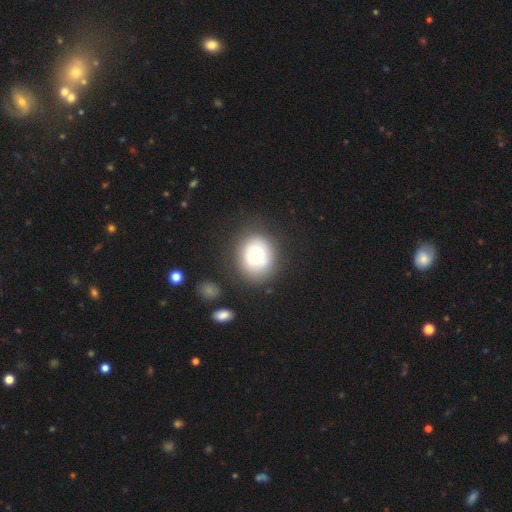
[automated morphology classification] Smooth or featured? Predicted: smooth (p=0.68). How rounded? Predicted: round (p=0.66). Merging? Predicted: none (p=0.76).